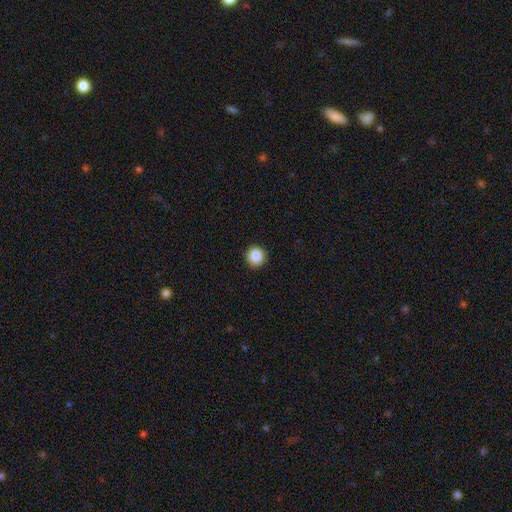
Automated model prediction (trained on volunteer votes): Overall: smooth (87%). How rounded: round (93%). Merging: none (92%).